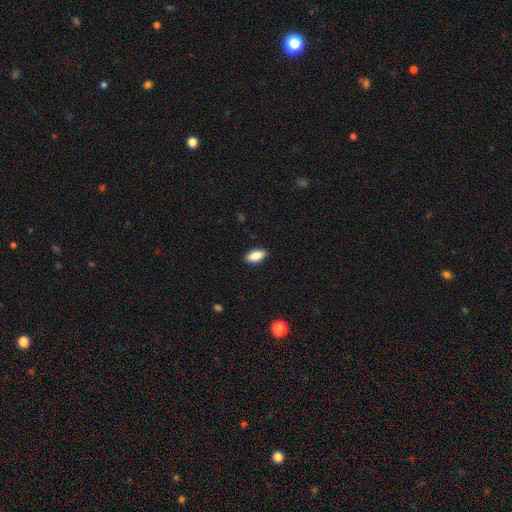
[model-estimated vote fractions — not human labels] smooth_or_featured: smooth (p=0.87) [alt: star or artifact p=0.07]
how_rounded: in between (p=0.90) [alt: cigar-shaped p=0.07]
merging: none (p=0.89) [alt: minor disturbance p=0.08]